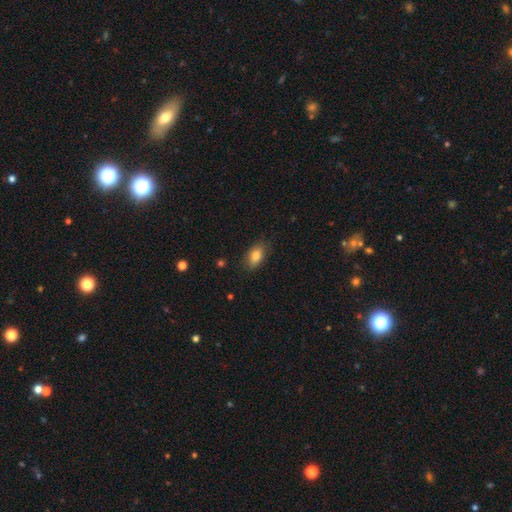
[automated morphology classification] Overall: smooth (83%). How rounded: in between (89%). Merging: none (82%).